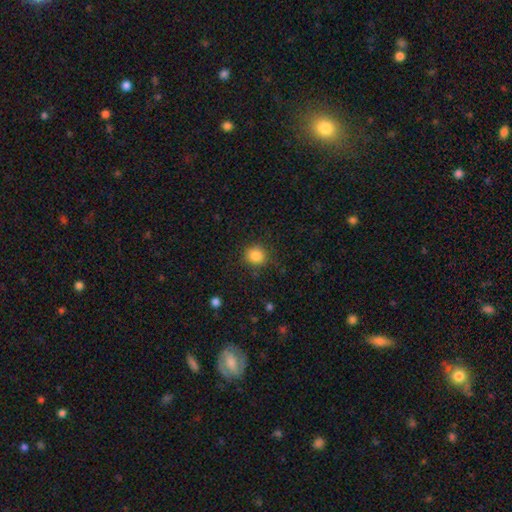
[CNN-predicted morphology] A smooth galaxy with no disk features (86%) that is round (86%). Merging: none (85%).